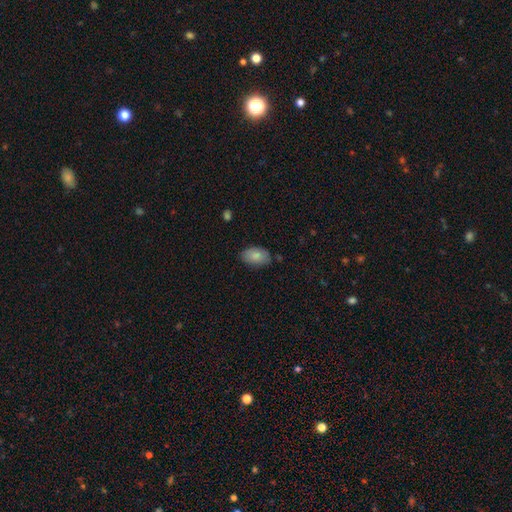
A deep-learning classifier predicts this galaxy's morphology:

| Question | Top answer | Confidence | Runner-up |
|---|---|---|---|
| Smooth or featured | smooth | 85% | featured or disk (9%) |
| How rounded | in between | 92% | round (6%) |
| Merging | none | 79% | minor disturbance (16%) |